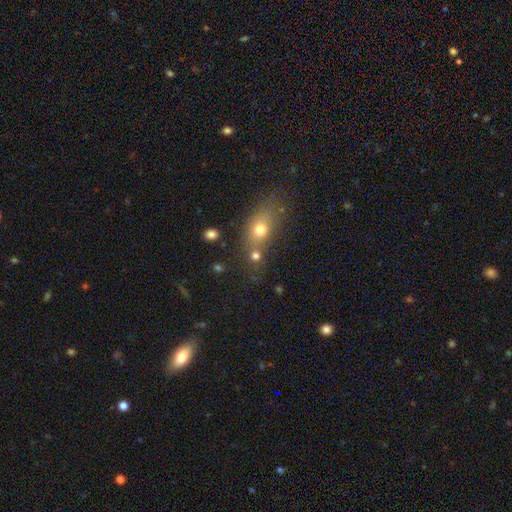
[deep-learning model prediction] The model was most divided on "merging": none: 54%, merger: 29%, minor disturbance: 11%, major disturbance: 6%. More confident: smooth or featured — smooth (71%); how rounded — round (66%).